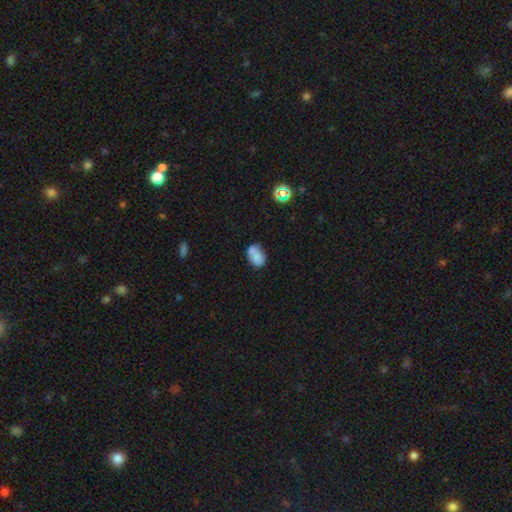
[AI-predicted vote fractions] A smooth galaxy with no disk features (72%) that is in between round and cigar-shaped (74%).

Vote fractions:
- Smooth or featured? smooth: 72% / featured or disk: 18% / star or artifact: 11%
- How rounded? in between: 74% / round: 24% / cigar-shaped: 1%
- Merging? none: 40% / merger: 33% / minor disturbance: 20% / major disturbance: 7%